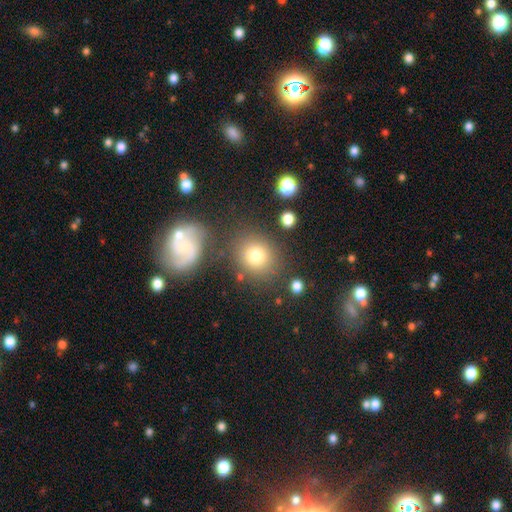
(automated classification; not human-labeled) Smooth or featured? smooth (77%)
How rounded? round (78%)
Merging? none (76%)